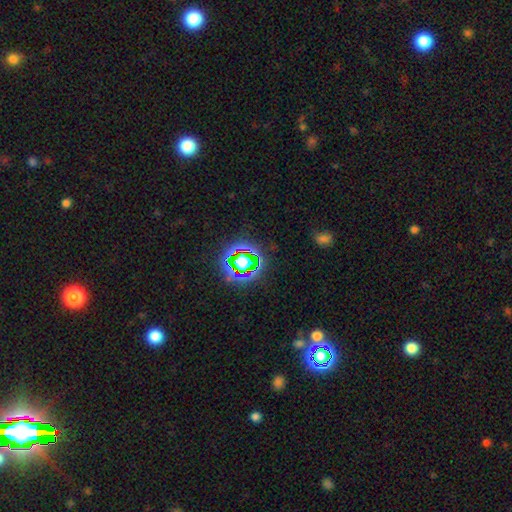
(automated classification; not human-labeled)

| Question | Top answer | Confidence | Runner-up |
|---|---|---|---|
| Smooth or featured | star or artifact | 73% | smooth (17%) |